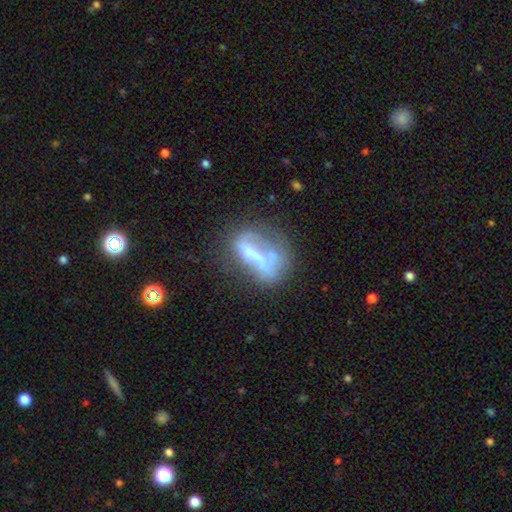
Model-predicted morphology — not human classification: Smooth or featured? featured or disk (53%)
Edge-on disk? no (92%)
Merging? major disturbance (30%, tied with none)